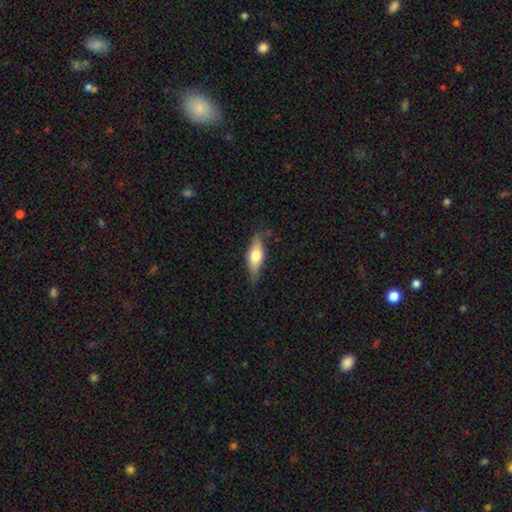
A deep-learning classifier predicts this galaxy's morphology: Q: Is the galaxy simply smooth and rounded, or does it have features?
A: smooth — 59%.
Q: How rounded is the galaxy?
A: in between — 60%.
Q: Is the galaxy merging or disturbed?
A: none — 76%.